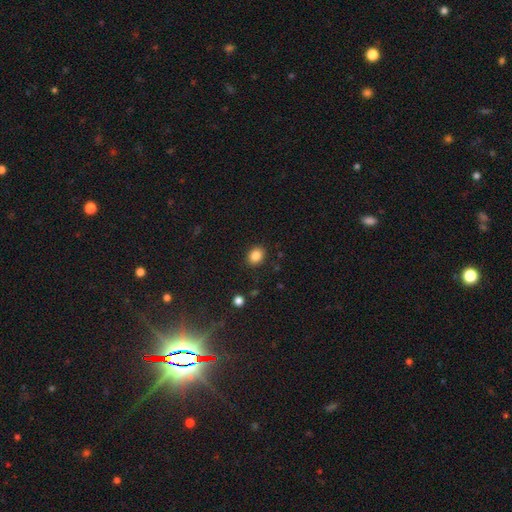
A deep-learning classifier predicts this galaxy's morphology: Smooth or featured? Predicted: smooth (p=0.85). How rounded? Predicted: in between (p=0.51). Merging? Predicted: none (p=0.88).